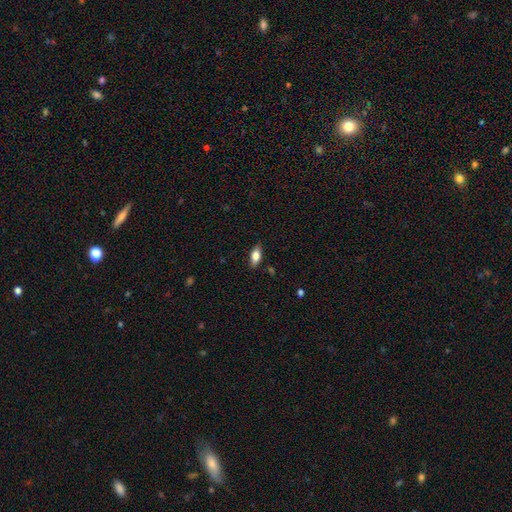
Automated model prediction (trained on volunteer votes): smooth 75%, featured or disk 18%, star or artifact 8%. Down the decision tree: how rounded — in between (85%); merging — none (86%).